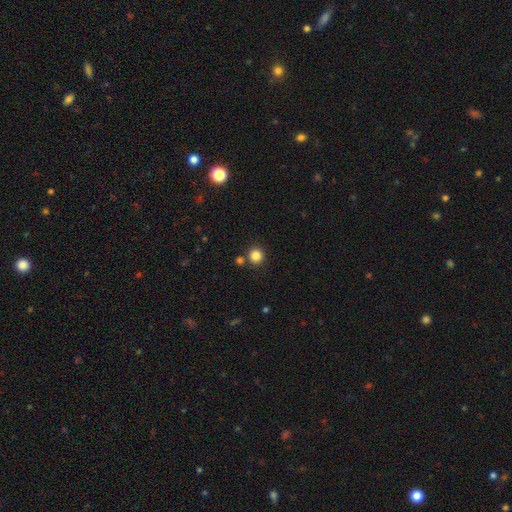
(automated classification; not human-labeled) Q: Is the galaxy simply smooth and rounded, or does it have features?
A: smooth — 84%.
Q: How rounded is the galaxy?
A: round — 91%.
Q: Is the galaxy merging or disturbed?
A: none — 82%.